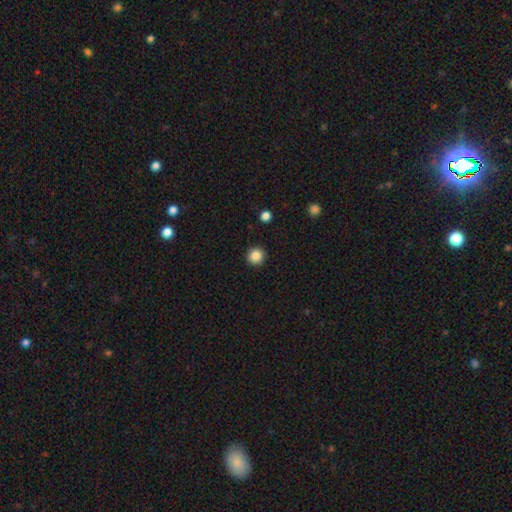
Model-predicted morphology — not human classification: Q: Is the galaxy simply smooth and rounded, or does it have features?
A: smooth — 85%.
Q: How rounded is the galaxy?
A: round — 94%.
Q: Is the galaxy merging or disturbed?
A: none — 92%.